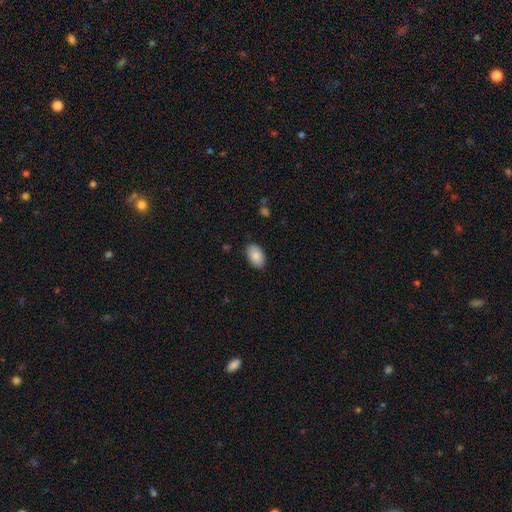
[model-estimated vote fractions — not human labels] Smooth or featured?
  - smooth: 87% *
  - featured or disk: 7%
  - star or artifact: 6%
How rounded?
  - in between: 92% *
  - round: 7%
  - cigar-shaped: 1%
Merging?
  - none: 87% *
  - minor disturbance: 10%
  - major disturbance: 2%
  - merger: 1%